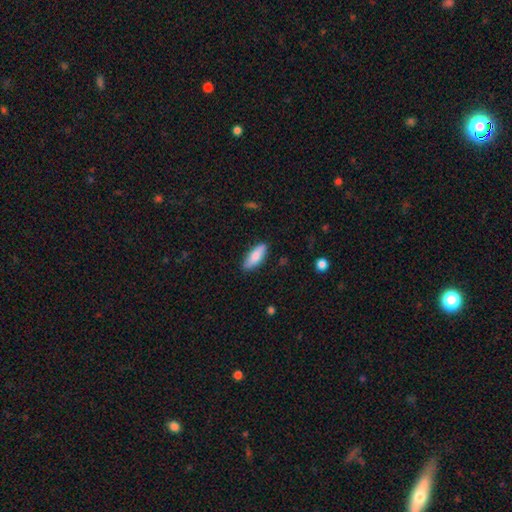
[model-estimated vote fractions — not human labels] Q: Smooth or featured?
A: smooth (80%); runner-up: featured or disk (14%)
Q: How rounded?
A: in between (68%); runner-up: cigar-shaped (30%)
Q: Merging?
A: none (86%); runner-up: minor disturbance (11%)